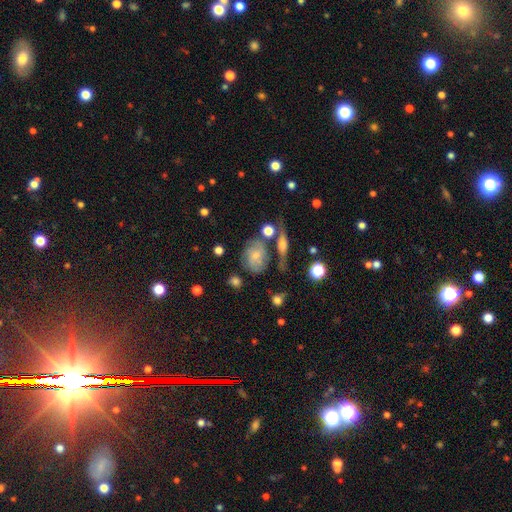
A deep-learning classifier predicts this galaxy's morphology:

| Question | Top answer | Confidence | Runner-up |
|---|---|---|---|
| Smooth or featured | featured or disk | 48% | smooth (42%) |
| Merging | none | 50% | minor disturbance (23%) |